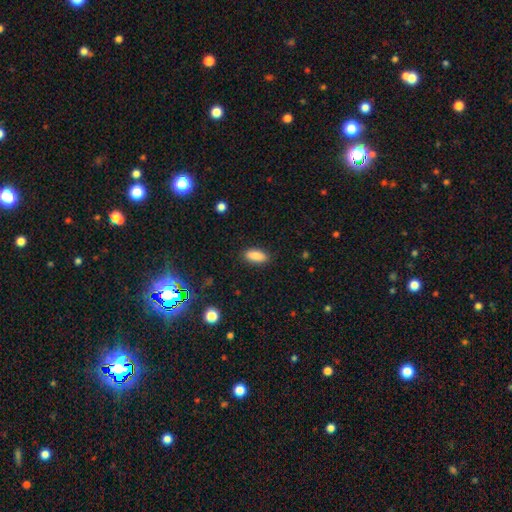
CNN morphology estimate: This appears to be a smooth galaxy with no disk features (88%) that is in between round and cigar-shaped (82%). Merging: none (88%).